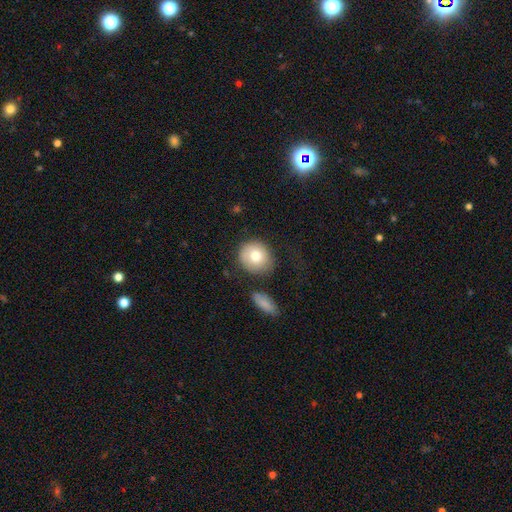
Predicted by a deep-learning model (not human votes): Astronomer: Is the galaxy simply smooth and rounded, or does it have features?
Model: smooth — 77%.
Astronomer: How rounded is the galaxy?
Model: round — 82%.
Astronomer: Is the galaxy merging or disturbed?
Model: none — 71%.